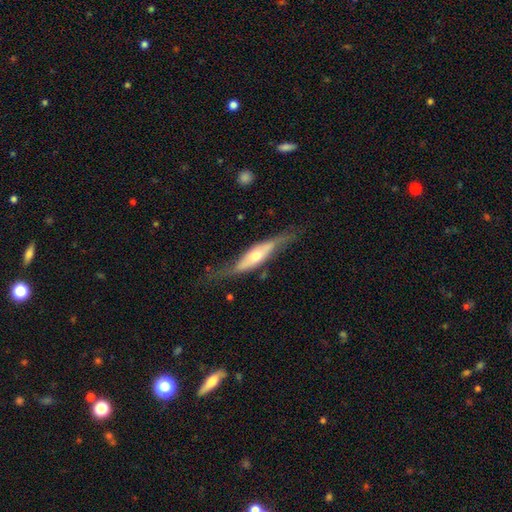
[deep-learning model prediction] featured or disk 63%, smooth 32%, star or artifact 5%. Down the decision tree: edge-on disk — yes (67%); merging — none (59%).